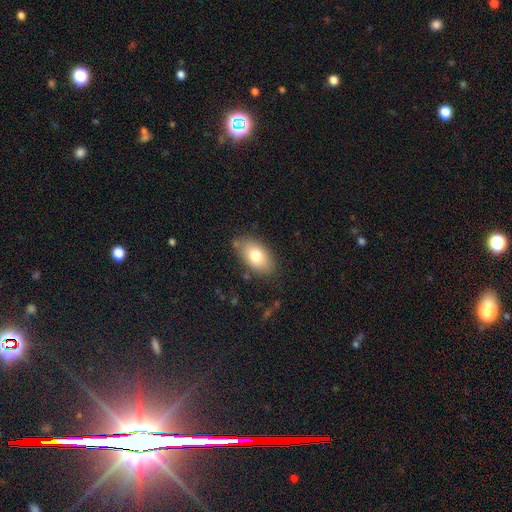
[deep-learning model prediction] Smooth or featured? smooth (76%)
How rounded? in between (91%)
Merging? none (79%)